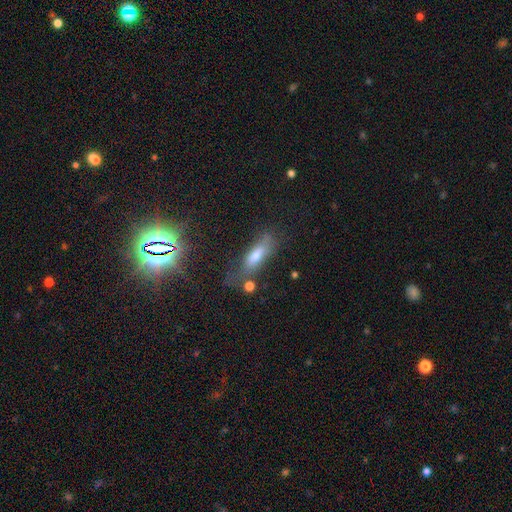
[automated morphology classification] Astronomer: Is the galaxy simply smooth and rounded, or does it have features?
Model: smooth — 49% (runner-up: star or artifact, 26%).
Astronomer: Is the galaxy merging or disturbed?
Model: none — 61%.